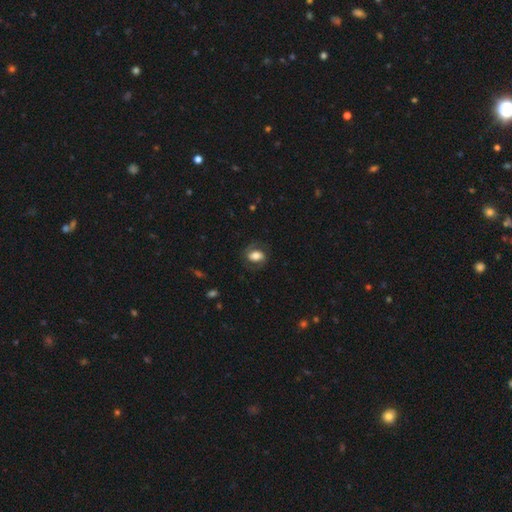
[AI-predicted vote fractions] This appears to be a smooth galaxy with no disk features (56%) that is in between round and cigar-shaped (77%). Merging: none (71%).